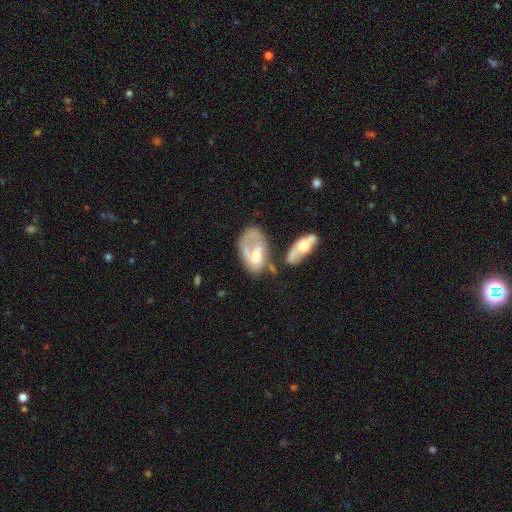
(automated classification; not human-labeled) Morphology: type=featured or disk (60%); edge-on=no (93%); bar=no (67%); spiral arms=yes (55%); bulge=moderate (53%); merging=major disturbance (29%).